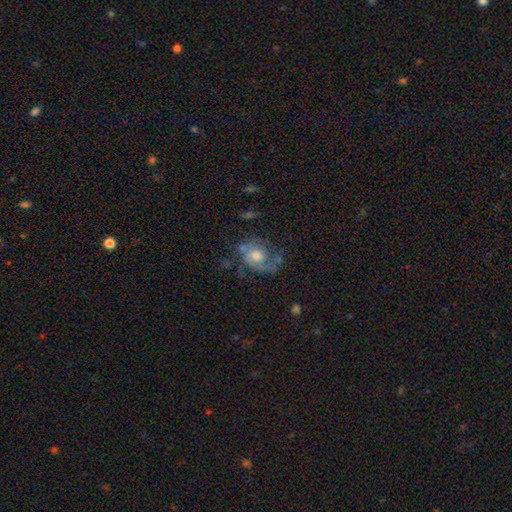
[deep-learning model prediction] Smooth or featured? Predicted: featured or disk (p=0.57). Edge-on disk? Predicted: no (p=0.96). Bar? Predicted: no (p=0.78). Spiral arms? Predicted: yes (p=0.75). Bulge size? Predicted: moderate (p=0.63). Merging? Predicted: none (p=0.46).